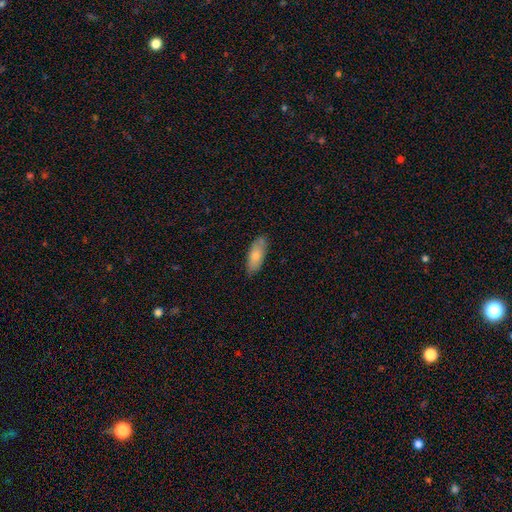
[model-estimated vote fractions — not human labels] A smooth galaxy with no disk features (77%) that is in between round and cigar-shaped (77%).

Vote fractions:
- Smooth or featured? smooth: 77% / featured or disk: 17% / star or artifact: 6%
- How rounded? in between: 77% / cigar-shaped: 21% / round: 2%
- Merging? none: 80% / minor disturbance: 16% / major disturbance: 3% / merger: 2%